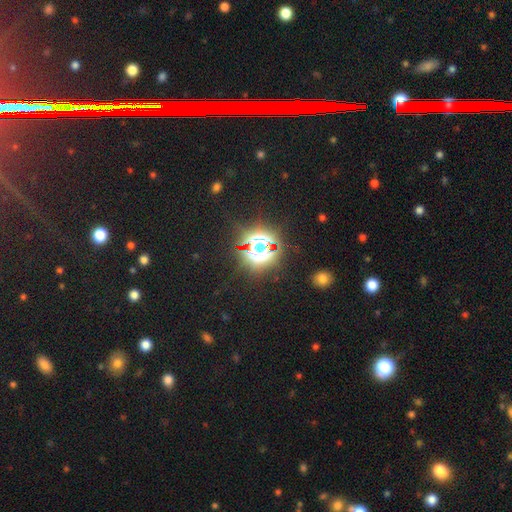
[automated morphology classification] Smooth or featured? Predicted: star or artifact (p=0.79).